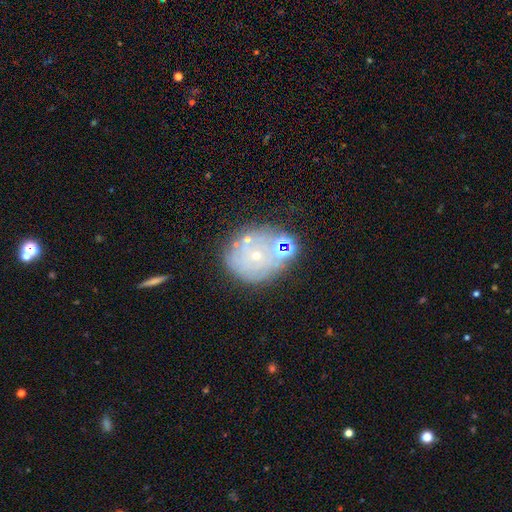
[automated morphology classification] Smooth or featured? featured or disk (56%)
Edge-on disk? no (96%)
Bar? no (88%)
Spiral arms? yes (53%)
Bulge size? small (82%)
Merging? none (67%)